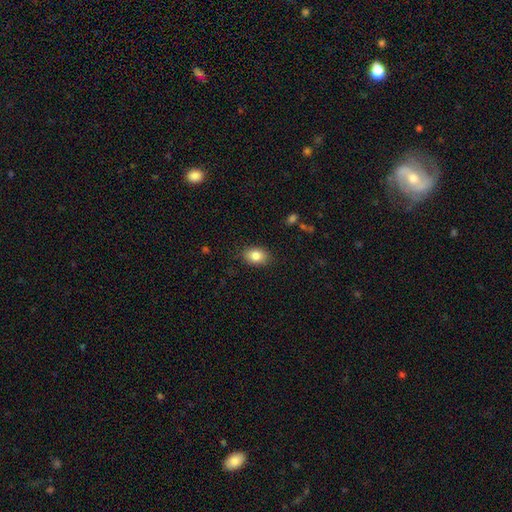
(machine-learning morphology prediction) A smooth galaxy with no disk features (85%) that is in between round and cigar-shaped (76%).

Vote fractions:
- Smooth or featured? smooth: 85% / star or artifact: 8% / featured or disk: 7%
- How rounded? in between: 76% / round: 22% / cigar-shaped: 1%
- Merging? none: 85% / minor disturbance: 11% / major disturbance: 3% / merger: 1%